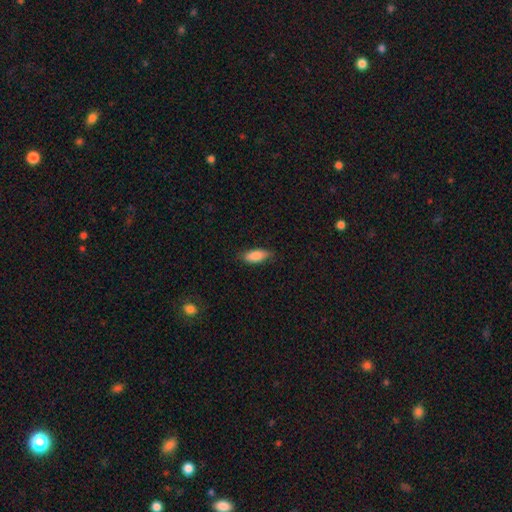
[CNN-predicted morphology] type=smooth (84%); roundness=in between (80%); merging=none (79%).